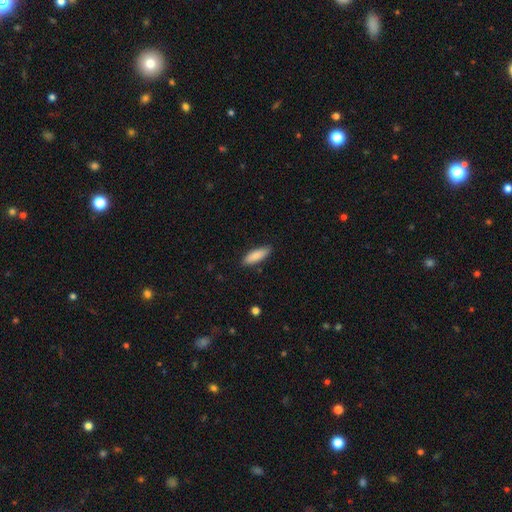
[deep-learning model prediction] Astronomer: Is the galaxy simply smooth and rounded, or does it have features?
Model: smooth — 86%.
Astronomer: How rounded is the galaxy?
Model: in between — 50% (runner-up: cigar-shaped, 48%).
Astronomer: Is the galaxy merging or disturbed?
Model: none — 86%.